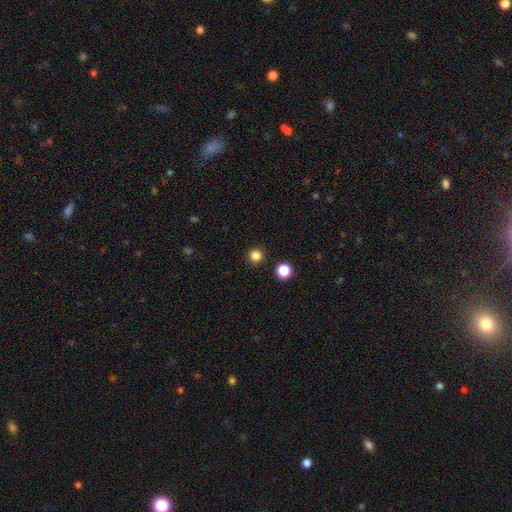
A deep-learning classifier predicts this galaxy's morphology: A smooth galaxy with no disk features (83%) that is round (96%).

Vote fractions:
- Smooth or featured? smooth: 83% / star or artifact: 13% / featured or disk: 4%
- How rounded? round: 96% / in between: 3% / cigar-shaped: 1%
- Merging? none: 93% / minor disturbance: 4% / merger: 2% / major disturbance: 2%